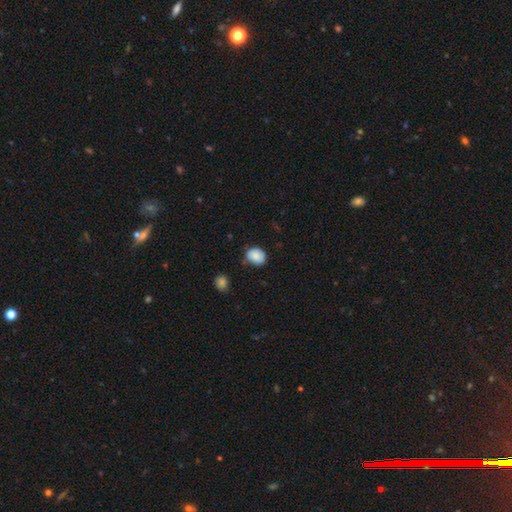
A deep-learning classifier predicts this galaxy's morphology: Overall: smooth (84%). How rounded: round (52%; in between 47%). Merging: none (65%; minor disturbance 27%).